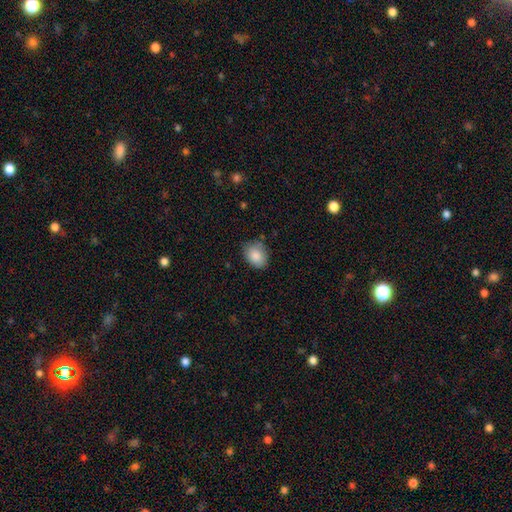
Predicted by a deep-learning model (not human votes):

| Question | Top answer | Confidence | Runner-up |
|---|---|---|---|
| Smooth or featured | smooth | 87% | star or artifact (7%) |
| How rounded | in between | 57% | round (42%) |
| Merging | none | 73% | minor disturbance (22%) |